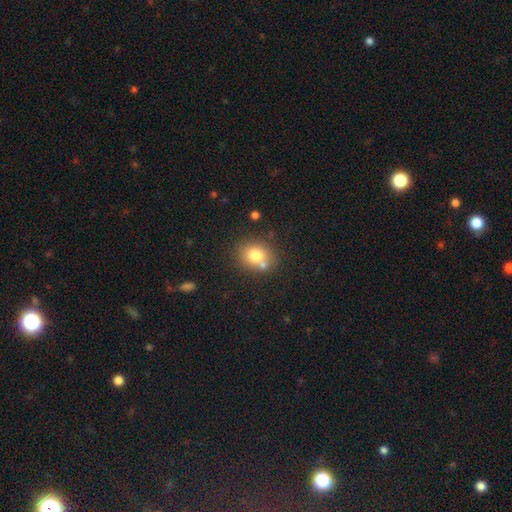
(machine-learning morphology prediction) Smooth or featured? smooth (76%)
How rounded? round (67%)
Merging? none (65%)